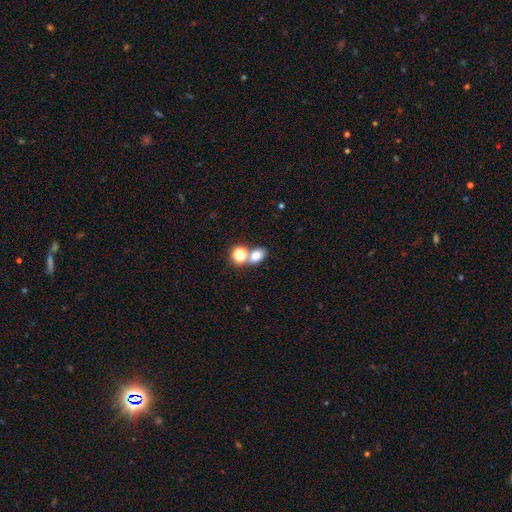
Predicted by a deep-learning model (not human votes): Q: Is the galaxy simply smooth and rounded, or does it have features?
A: smooth — 76%.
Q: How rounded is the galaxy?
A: in between — 64%.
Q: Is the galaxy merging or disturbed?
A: none — 57%.